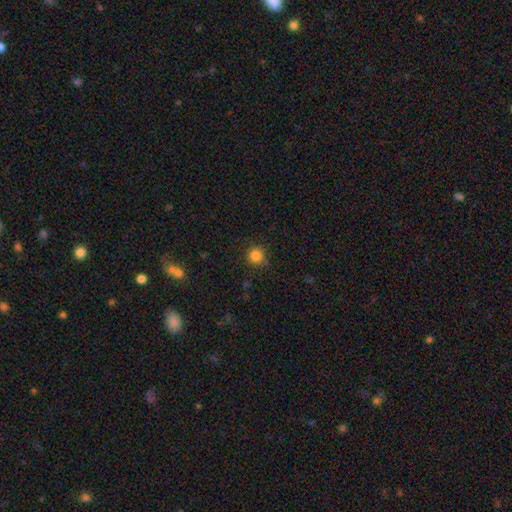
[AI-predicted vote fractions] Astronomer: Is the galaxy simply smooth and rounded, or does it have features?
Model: smooth — 83%.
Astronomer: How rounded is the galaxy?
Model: round — 94%.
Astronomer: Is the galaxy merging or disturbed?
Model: none — 84%.